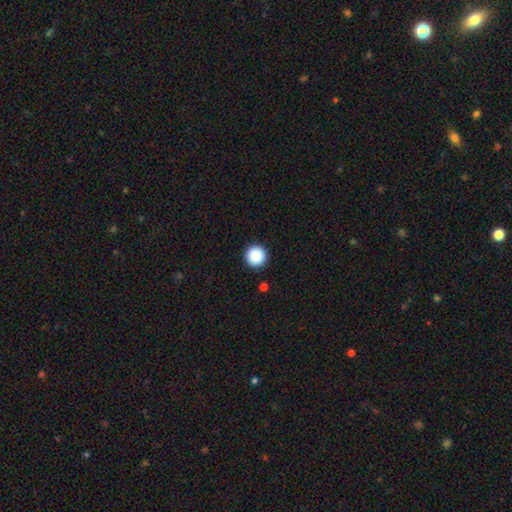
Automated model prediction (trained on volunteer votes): Q: Smooth or featured?
A: smooth (89%); runner-up: star or artifact (8%)
Q: How rounded?
A: round (97%); runner-up: in between (2%)
Q: Merging?
A: none (93%); runner-up: minor disturbance (4%)